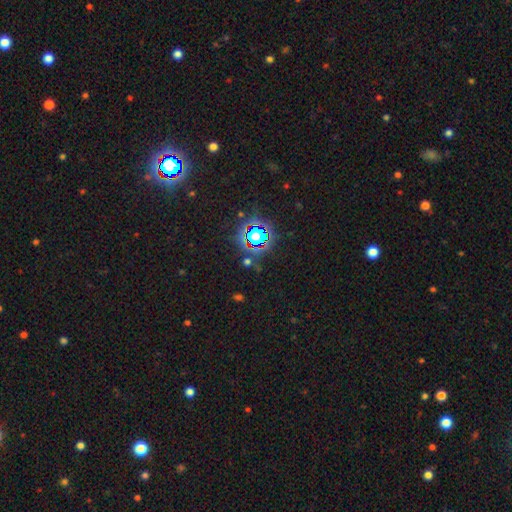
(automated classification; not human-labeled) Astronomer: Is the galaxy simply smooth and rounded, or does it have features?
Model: star or artifact — 81%.